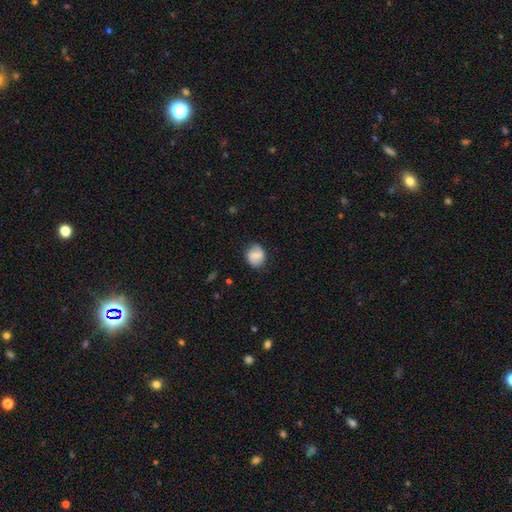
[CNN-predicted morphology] Overall: smooth (57%; featured or disk 35%). How rounded: round (68%; in between 31%). Merging: none (79%).